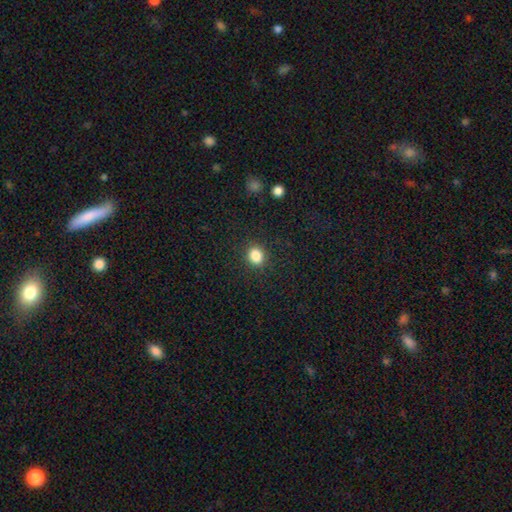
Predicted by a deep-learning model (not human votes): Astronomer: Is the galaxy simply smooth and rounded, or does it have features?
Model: smooth — 85%.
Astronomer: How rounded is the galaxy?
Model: round — 63%.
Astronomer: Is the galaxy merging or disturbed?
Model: none — 89%.